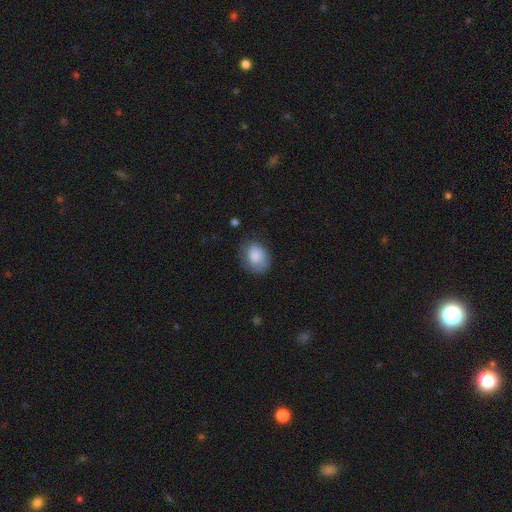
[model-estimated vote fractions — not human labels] smooth-or-featured: smooth: 84% | featured or disk: 9% | star or artifact: 7%
  how-rounded: in between: 55% | round: 44% | cigar-shaped: 1%
  merging: none: 64% | minor disturbance: 25% | major disturbance: 9% | merger: 2%